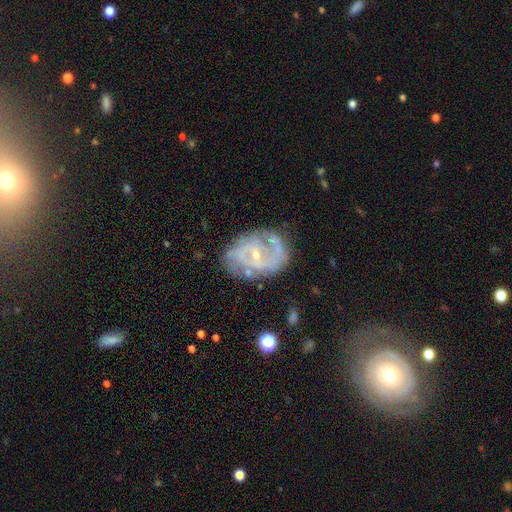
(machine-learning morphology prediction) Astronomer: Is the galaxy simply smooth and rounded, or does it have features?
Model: featured or disk — 84%.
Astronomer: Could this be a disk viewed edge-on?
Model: no — 97%.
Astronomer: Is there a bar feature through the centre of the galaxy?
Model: weak — 43% (runner-up: no, 41%).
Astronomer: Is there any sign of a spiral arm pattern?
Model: yes — 91%.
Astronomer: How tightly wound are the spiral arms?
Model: medium — 46% (runner-up: tight, 36%).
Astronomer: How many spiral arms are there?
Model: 2 — 59%.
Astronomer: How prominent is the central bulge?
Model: small — 74%.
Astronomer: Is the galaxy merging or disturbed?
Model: none — 65%.